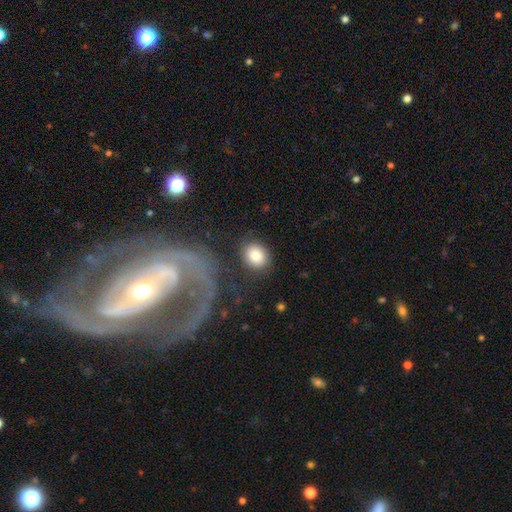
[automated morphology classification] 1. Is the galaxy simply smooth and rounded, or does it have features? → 86% smooth, 8% star or artifact, 6% featured or disk.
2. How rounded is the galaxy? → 62% round, 37% in between, 1% cigar-shaped.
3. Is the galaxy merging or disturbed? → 81% none, 11% minor disturbance, 4% major disturbance, 4% merger.